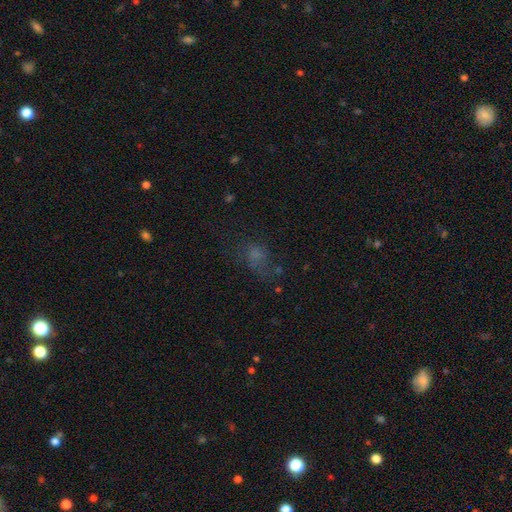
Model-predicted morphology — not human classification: smooth_or_featured: smooth (p=0.52) [alt: star or artifact p=0.26]
how_rounded: in between (p=0.62) [alt: round p=0.35]
merging: none (p=0.43) [alt: major disturbance p=0.31]